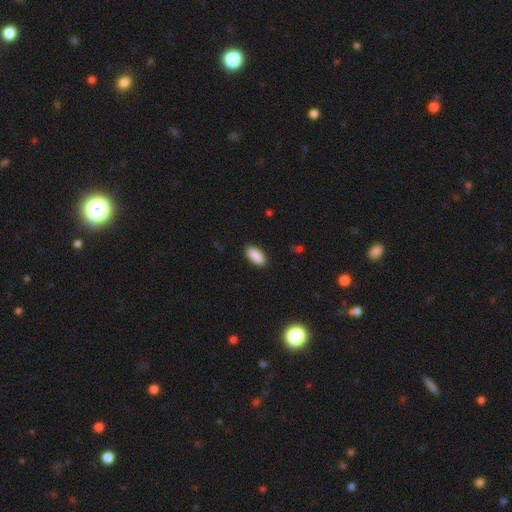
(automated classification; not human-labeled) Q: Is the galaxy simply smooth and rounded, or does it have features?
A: smooth — 91%.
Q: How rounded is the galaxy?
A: in between — 92%.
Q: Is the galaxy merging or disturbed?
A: none — 89%.